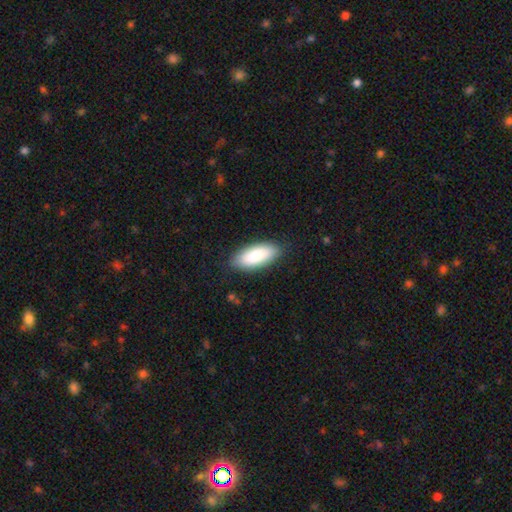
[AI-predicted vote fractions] smooth-or-featured: smooth: 87% | featured or disk: 8% | star or artifact: 5%
  how-rounded: in between: 86% | cigar-shaped: 13% | round: 2%
  merging: none: 85% | minor disturbance: 12% | major disturbance: 2% | merger: 1%